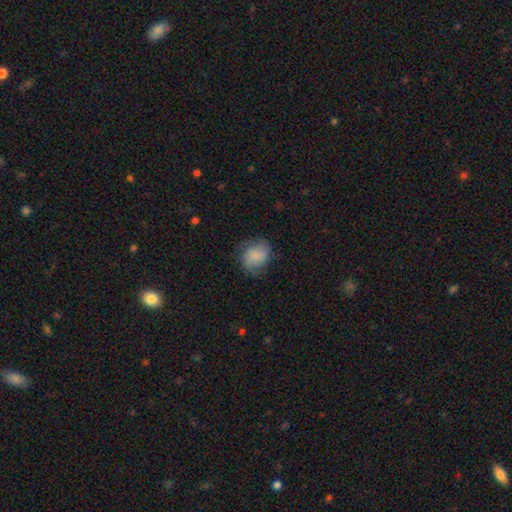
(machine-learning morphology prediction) A smooth galaxy with no disk features (70%) that is round (56%). Merging: none (65%).